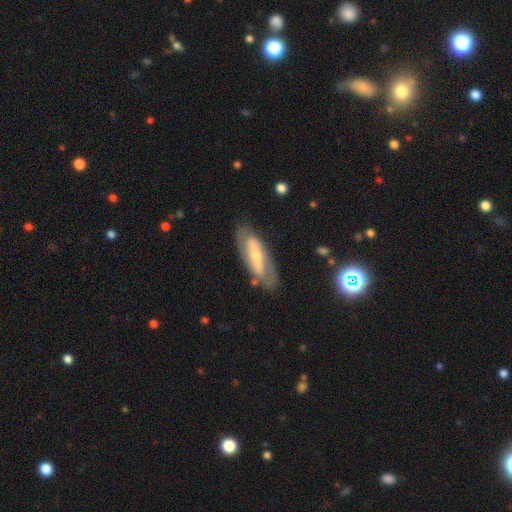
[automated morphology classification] Smooth or featured? Predicted: featured or disk (p=0.61). Edge-on disk? Predicted: no (p=0.81). Merging? Predicted: none (p=0.75).